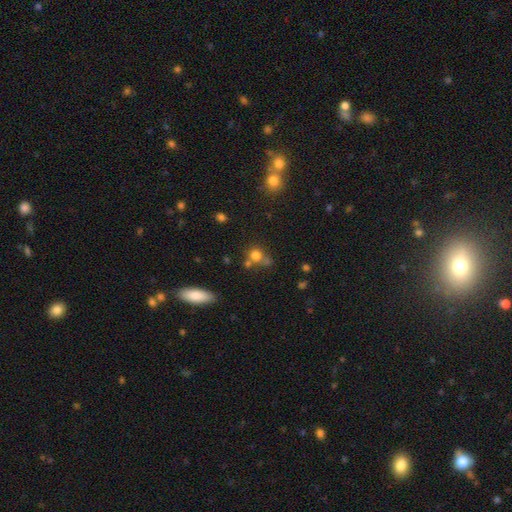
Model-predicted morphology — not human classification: smooth-or-featured: smooth: 75% | star or artifact: 14% | featured or disk: 10%
  how-rounded: round: 79% | in between: 20% | cigar-shaped: 2%
  merging: none: 47% | merger: 32% | minor disturbance: 14% | major disturbance: 7%